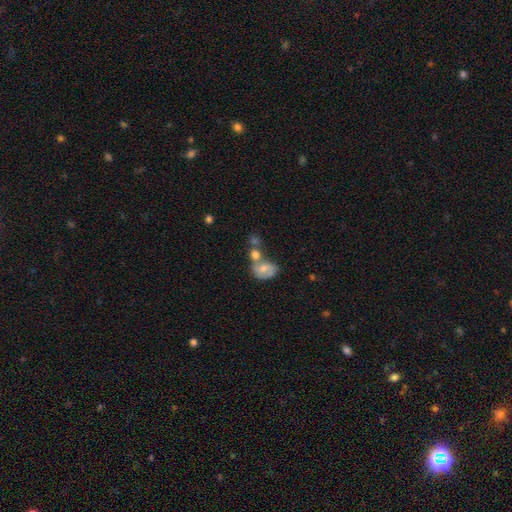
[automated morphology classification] Smooth or featured?
  - smooth: 53% *
  - featured or disk: 35%
  - star or artifact: 12%
How rounded?
  - in between: 57% *
  - round: 41%
  - cigar-shaped: 2%
Merging?
  - merger: 47% *
  - none: 32%
  - minor disturbance: 13%
  - major disturbance: 8%